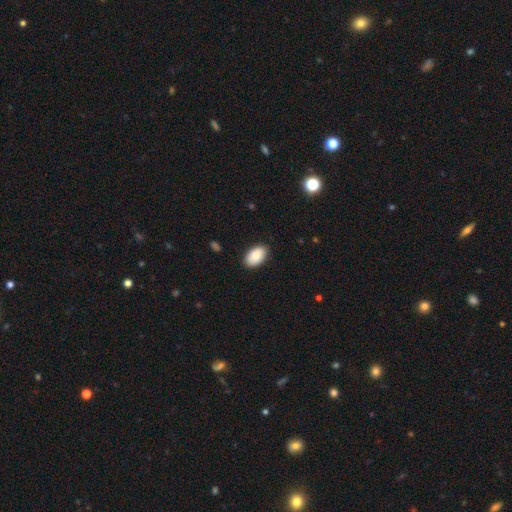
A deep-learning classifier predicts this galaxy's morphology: A smooth galaxy with no disk features (89%) that is in between round and cigar-shaped (95%). Merging: none (86%).